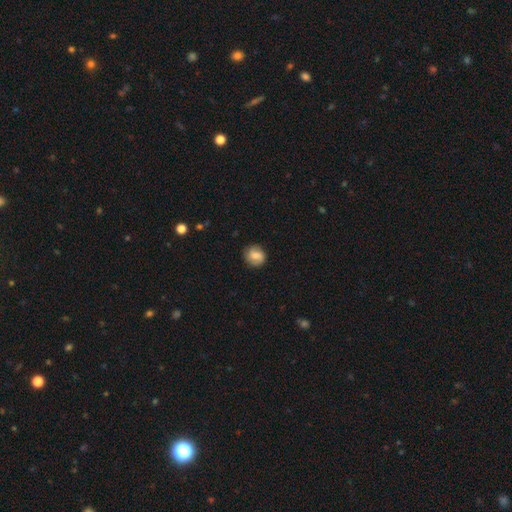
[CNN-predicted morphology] Overall: smooth (61%; featured or disk 31%). How rounded: round (85%). Merging: none (82%).